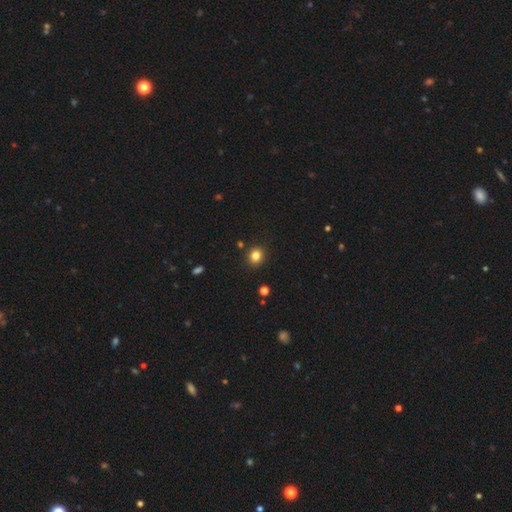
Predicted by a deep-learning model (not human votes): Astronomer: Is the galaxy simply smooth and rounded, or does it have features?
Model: smooth — 82%.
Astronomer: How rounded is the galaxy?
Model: round — 75%.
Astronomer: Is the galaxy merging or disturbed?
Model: none — 89%.